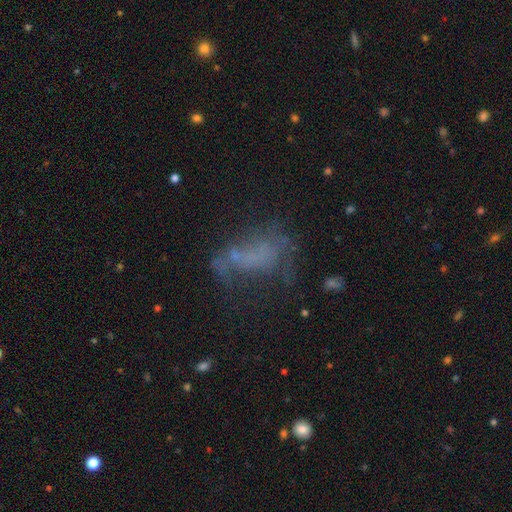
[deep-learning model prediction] featured or disk 39%, smooth 36%, star or artifact 25%. Down the decision tree: merging — major disturbance (39%).